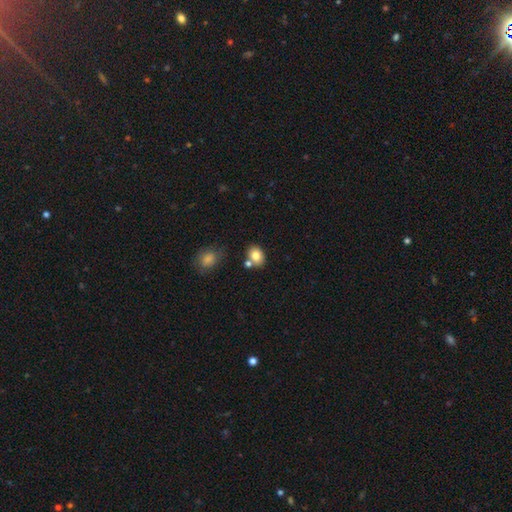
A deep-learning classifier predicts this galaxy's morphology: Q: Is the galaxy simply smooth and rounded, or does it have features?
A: smooth — 80%.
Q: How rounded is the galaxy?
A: in between — 55%.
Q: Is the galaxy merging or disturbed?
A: none — 68%.